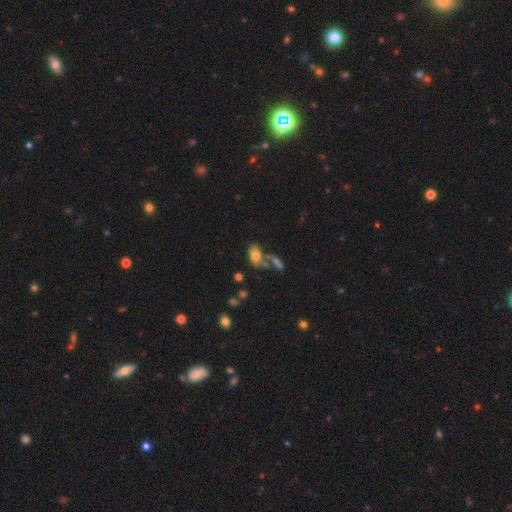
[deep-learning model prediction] A smooth galaxy with no disk features (68%) that is in between round and cigar-shaped (84%).

Vote fractions:
- Smooth or featured? smooth: 68% / featured or disk: 22% / star or artifact: 11%
- How rounded? in between: 84% / round: 13% / cigar-shaped: 3%
- Merging? none: 39% / merger: 32% / minor disturbance: 18% / major disturbance: 12%